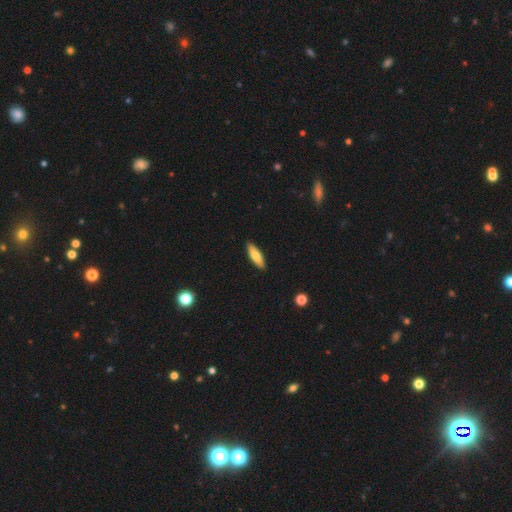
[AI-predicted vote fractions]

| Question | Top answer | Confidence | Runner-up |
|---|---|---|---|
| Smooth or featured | smooth | 74% | featured or disk (20%) |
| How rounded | cigar-shaped | 50% | in between (48%) |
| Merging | none | 90% | minor disturbance (8%) |